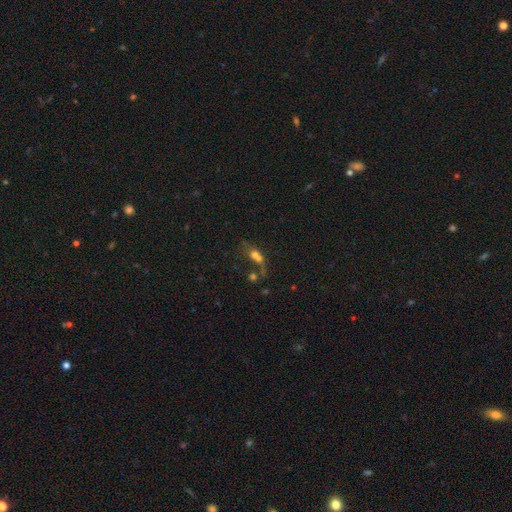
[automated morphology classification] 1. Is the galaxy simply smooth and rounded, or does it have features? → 56% smooth, 27% featured or disk, 17% star or artifact.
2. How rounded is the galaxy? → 51% in between, 38% round, 11% cigar-shaped.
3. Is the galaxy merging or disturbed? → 56% merger, 20% none, 15% major disturbance, 9% minor disturbance.